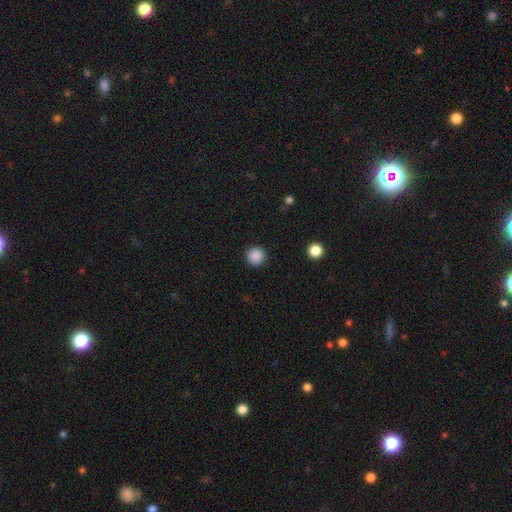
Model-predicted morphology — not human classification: Smooth or featured: smooth — 88% (star or artifact — 10%)
How rounded: round — 96% (in between — 3%)
Merging: none — 92% (minor disturbance — 5%)